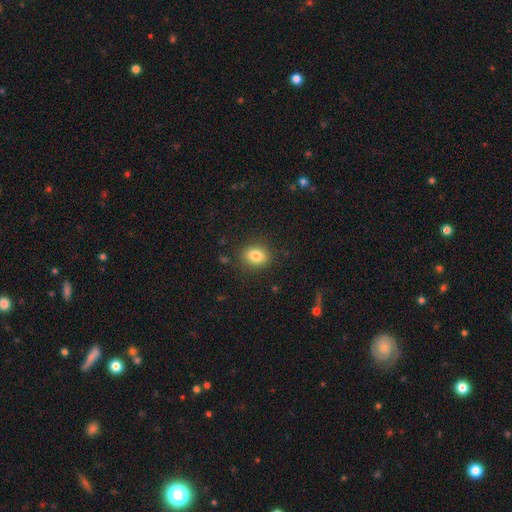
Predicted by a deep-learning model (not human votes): smooth-or-featured: smooth: 82% | star or artifact: 10% | featured or disk: 8%
  how-rounded: in between: 56% | round: 43% | cigar-shaped: 1%
  merging: none: 87% | minor disturbance: 9% | major disturbance: 3% | merger: 1%